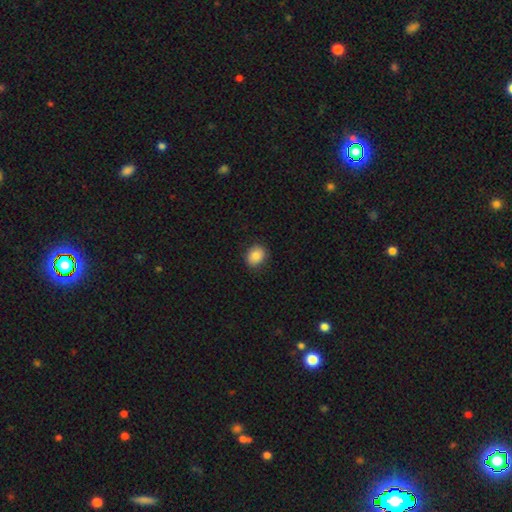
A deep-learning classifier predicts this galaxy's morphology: Smooth or featured: smooth — 85% (star or artifact — 9%)
How rounded: round — 58% (in between — 41%)
Merging: none — 88% (minor disturbance — 9%)